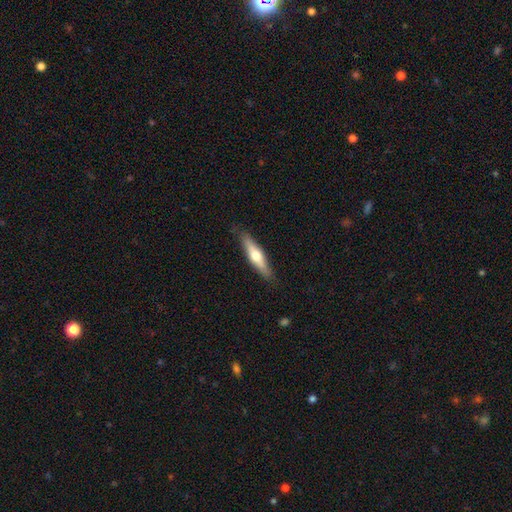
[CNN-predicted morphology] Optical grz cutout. It shows a smooth galaxy with no disk features (52%) that is cigar-shaped (75%). Merging: none (85%).